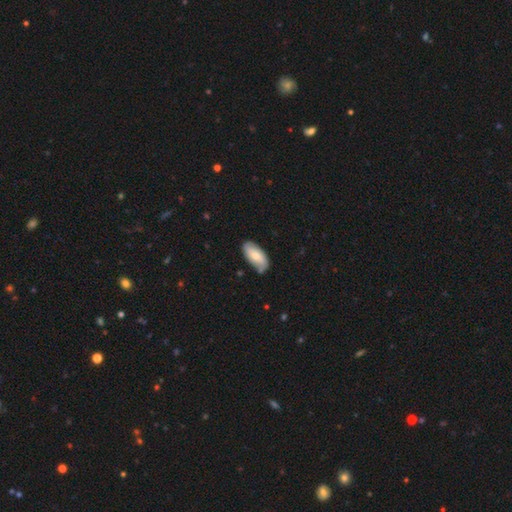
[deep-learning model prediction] Overall: smooth (63%; featured or disk 31%). How rounded: in between (93%). Merging: none (74%).